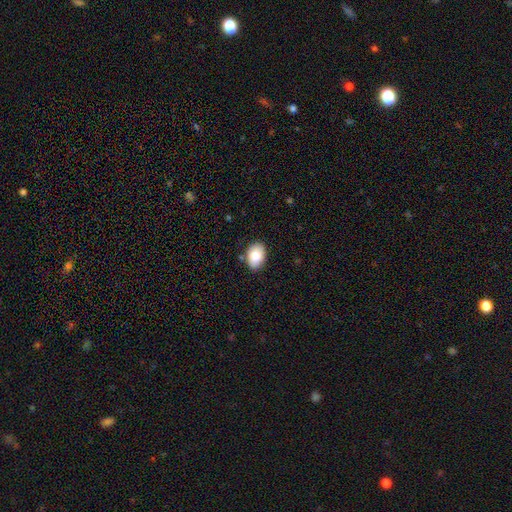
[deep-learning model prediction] smooth_or_featured: smooth (p=0.85) [alt: featured or disk p=0.08]
how_rounded: in between (p=0.86) [alt: round p=0.13]
merging: none (p=0.84) [alt: minor disturbance p=0.12]